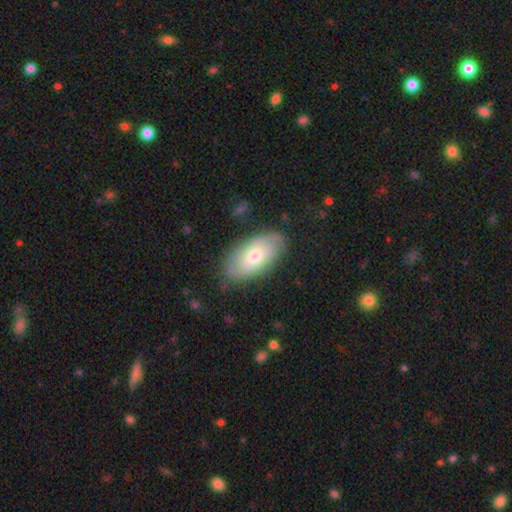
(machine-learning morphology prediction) smooth 63%, featured or disk 31%, star or artifact 6%. Down the decision tree: how rounded — in between (93%); merging — none (81%).